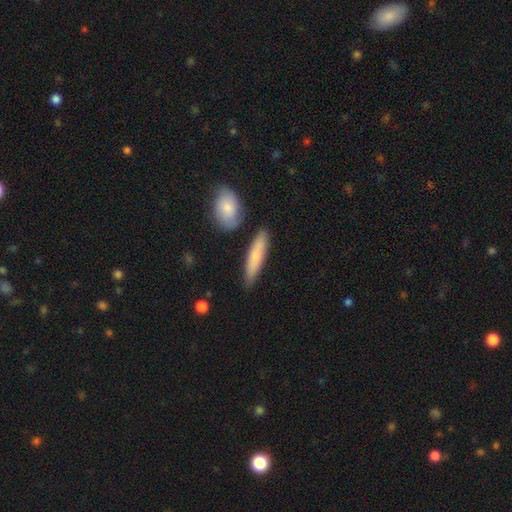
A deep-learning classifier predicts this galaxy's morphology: smooth-or-featured: smooth: 76% | featured or disk: 18% | star or artifact: 6%
  how-rounded: cigar-shaped: 76% | in between: 22% | round: 2%
  merging: none: 80% | minor disturbance: 12% | merger: 6% | major disturbance: 3%